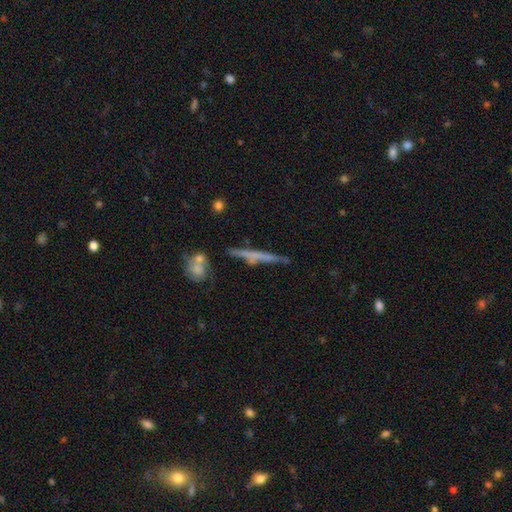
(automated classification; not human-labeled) Smooth or featured? Predicted: featured or disk (p=0.52). Edge-on disk? Predicted: yes (p=0.94). Merging? Predicted: none (p=0.76).